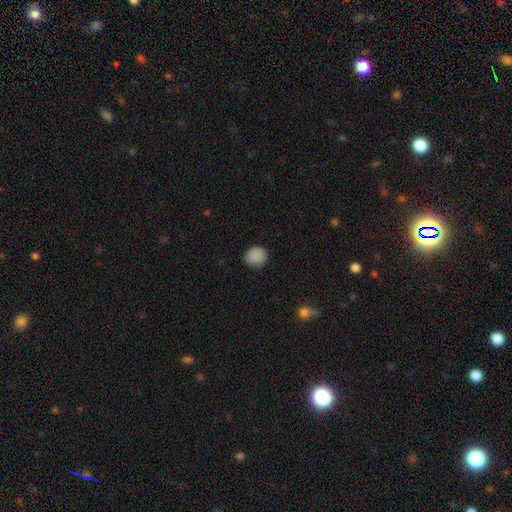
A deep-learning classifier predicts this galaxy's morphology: The model was most divided on "how rounded": round: 85%, in between: 14%, cigar-shaped: 1%. More confident: smooth or featured — smooth (87%); merging — none (84%).